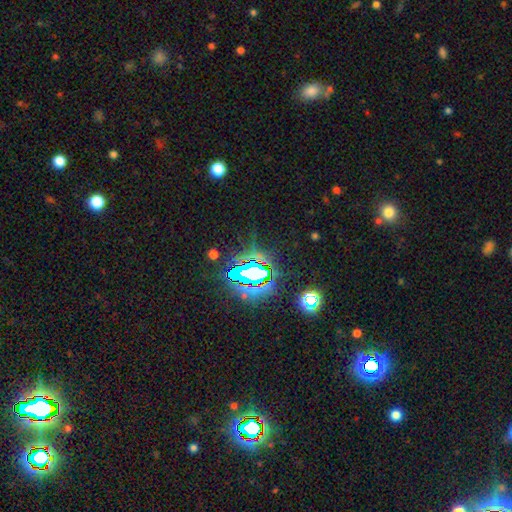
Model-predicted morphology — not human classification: A star or artifact, not a galaxy (77%).

Vote fractions:
- Smooth or featured? star or artifact: 77% / smooth: 13% / featured or disk: 10%